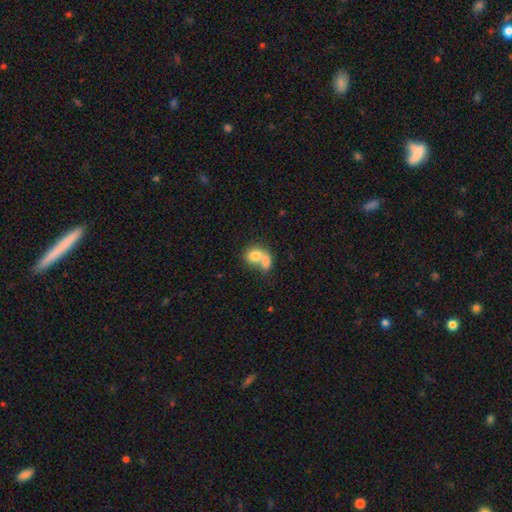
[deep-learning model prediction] The model was most divided on "how rounded": in between: 54%, round: 45%, cigar-shaped: 1%. More confident: smooth or featured — smooth (74%); merging — merger (73%).